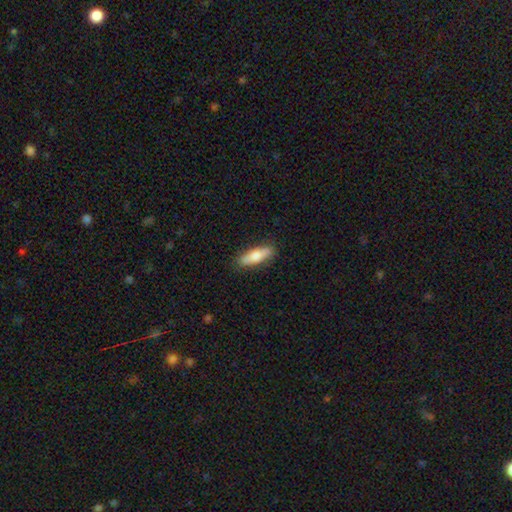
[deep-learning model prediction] Q: Smooth or featured?
A: smooth (72%); runner-up: featured or disk (22%)
Q: How rounded?
A: cigar-shaped (52%); runner-up: in between (46%)
Q: Merging?
A: none (86%); runner-up: minor disturbance (11%)